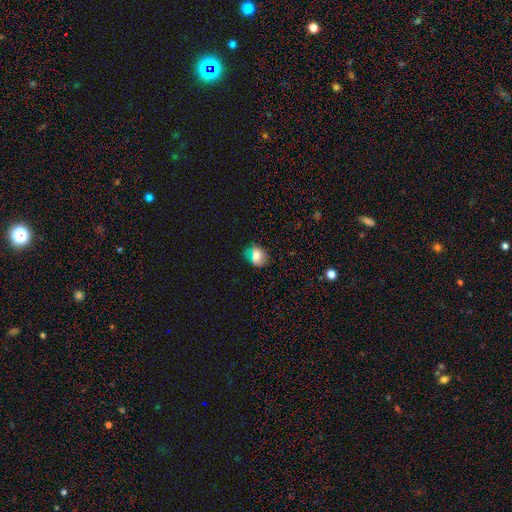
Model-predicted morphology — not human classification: Smooth or featured?
  - smooth: 74% *
  - featured or disk: 13%
  - star or artifact: 13%
How rounded?
  - in between: 55% *
  - round: 43%
  - cigar-shaped: 2%
Merging?
  - none: 65% *
  - minor disturbance: 24%
  - major disturbance: 8%
  - merger: 3%